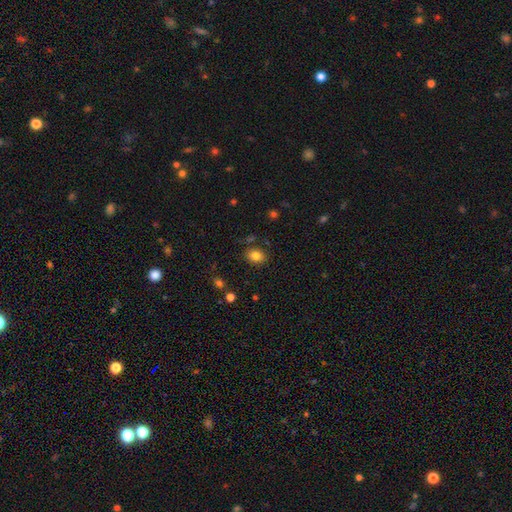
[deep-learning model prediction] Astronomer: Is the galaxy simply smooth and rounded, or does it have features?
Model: smooth — 82%.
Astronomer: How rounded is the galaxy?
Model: in between — 62% (runner-up: round, 37%).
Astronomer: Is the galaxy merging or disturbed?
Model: none — 82%.